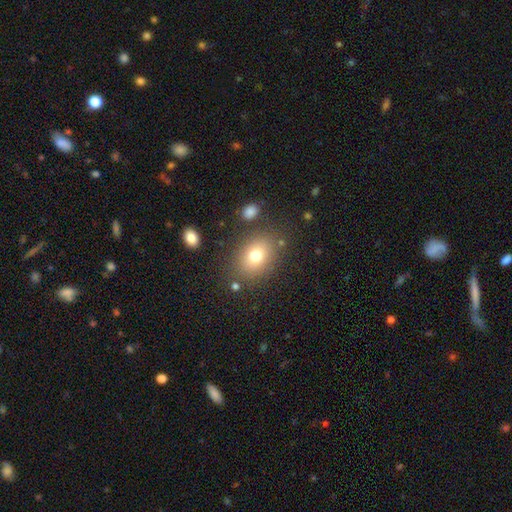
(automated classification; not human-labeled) Smooth or featured: smooth — 75% (featured or disk — 13%)
How rounded: in between — 65% (round — 34%)
Merging: none — 80% (minor disturbance — 11%)